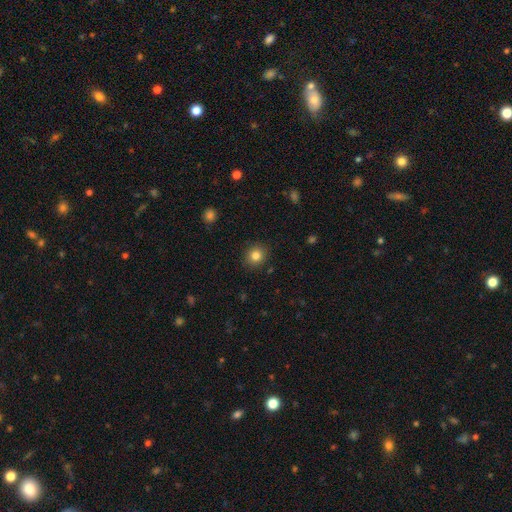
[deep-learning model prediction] Smooth or featured?
  - smooth: 82% *
  - star or artifact: 11%
  - featured or disk: 6%
How rounded?
  - round: 83% *
  - in between: 16%
  - cigar-shaped: 1%
Merging?
  - none: 89% *
  - minor disturbance: 7%
  - major disturbance: 2%
  - merger: 1%